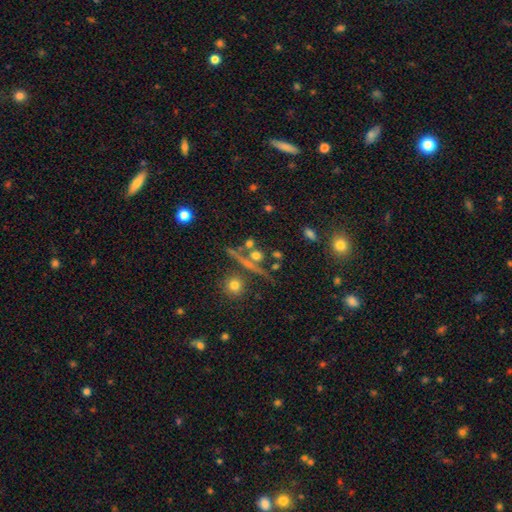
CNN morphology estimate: This is marginally a smooth galaxy (44%). Merging: likely none (62%).